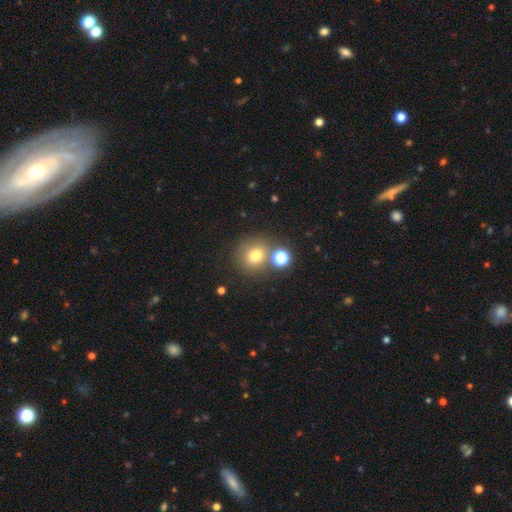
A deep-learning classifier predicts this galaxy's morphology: Smooth or featured: smooth — 72% (star or artifact — 17%)
How rounded: round — 85% (in between — 14%)
Merging: none — 69% (merger — 17%)